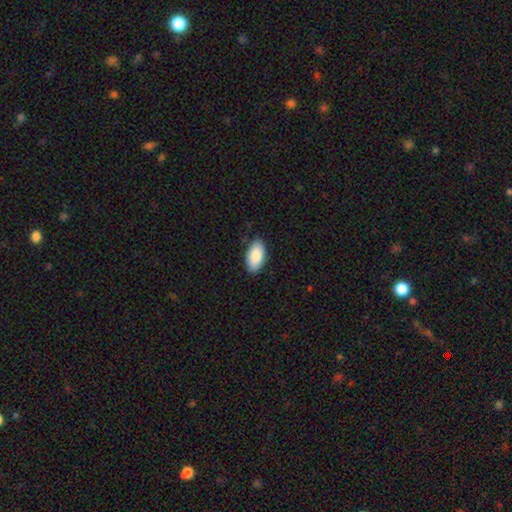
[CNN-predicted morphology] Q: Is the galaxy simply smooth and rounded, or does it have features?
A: smooth — 89%.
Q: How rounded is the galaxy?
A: in between — 95%.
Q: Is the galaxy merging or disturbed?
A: none — 87%.